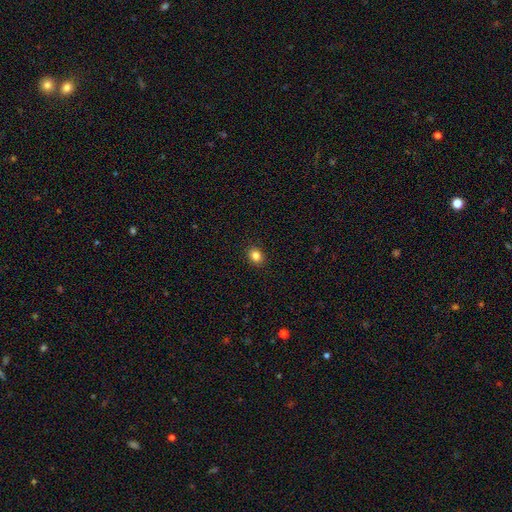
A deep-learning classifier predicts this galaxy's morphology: Smooth or featured? smooth (84%)
How rounded? round (56%)
Merging? none (91%)